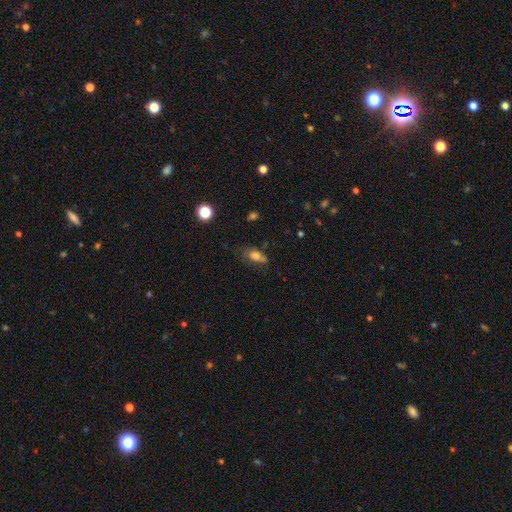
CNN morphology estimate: This appears to be a smooth galaxy with no disk features (72%) that is in between round and cigar-shaped (79%). Merging: none (47%).